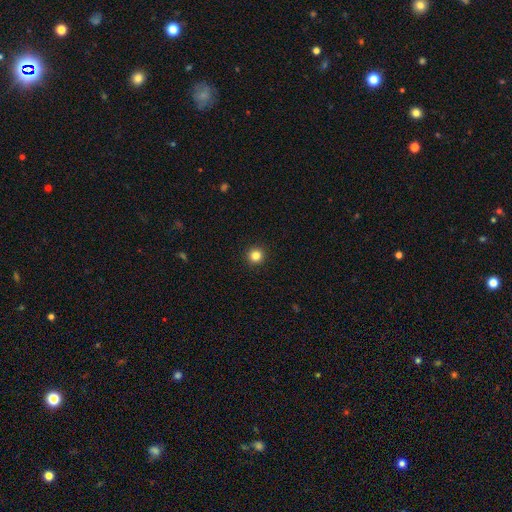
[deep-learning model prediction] Smooth or featured? Predicted: smooth (p=0.83). How rounded? Predicted: round (p=0.95). Merging? Predicted: none (p=0.94).